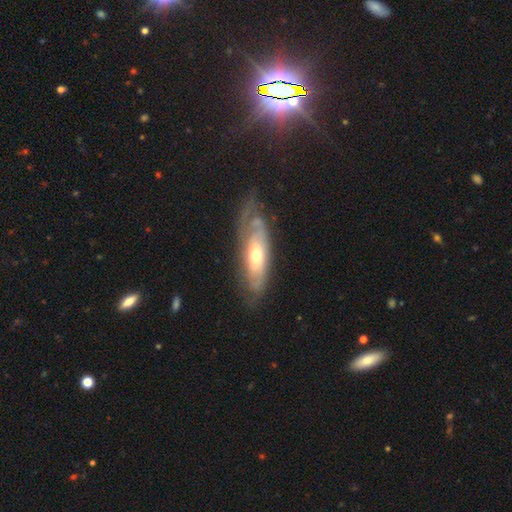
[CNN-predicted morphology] A featured or disk galaxy (68%) with no bar (74%), spiral arms (67%) and a moderate central bulge (66%). Merging: none (57%).